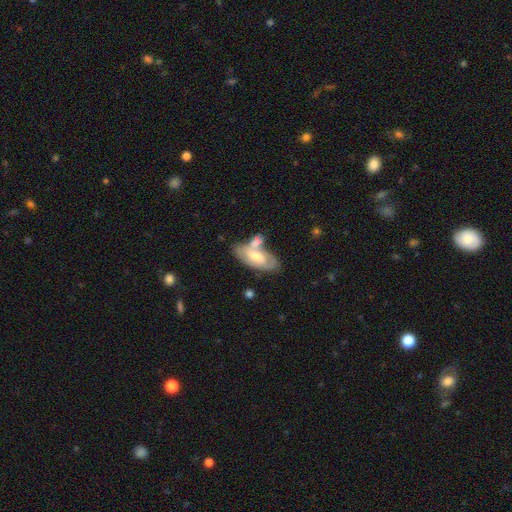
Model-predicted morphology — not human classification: Smooth or featured?
  - featured or disk: 52% *
  - smooth: 41%
  - star or artifact: 6%
Edge-on disk?
  - no: 86% *
  - yes: 14%
Merging?
  - merger: 41% *
  - none: 35%
  - minor disturbance: 16%
  - major disturbance: 8%